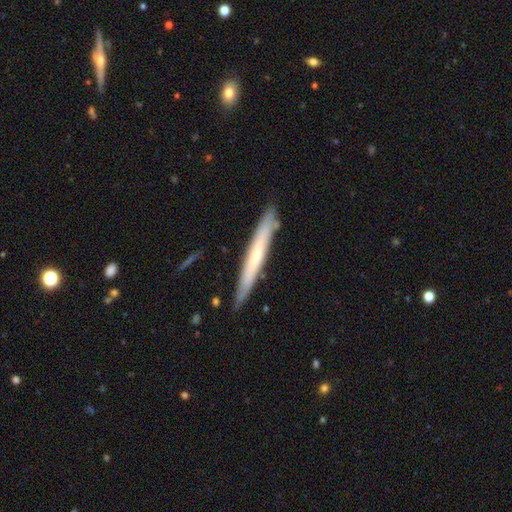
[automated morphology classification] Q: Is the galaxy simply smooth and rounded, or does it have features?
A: featured or disk — 48%.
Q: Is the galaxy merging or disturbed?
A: none — 85%.